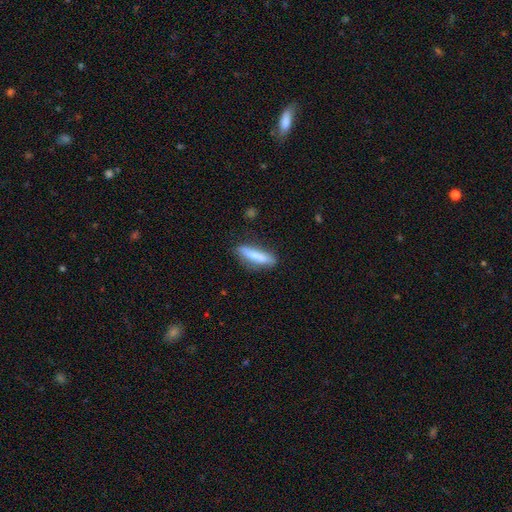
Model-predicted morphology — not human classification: A smooth galaxy with no disk features (72%) that is cigar-shaped (76%). Merging: none (81%).